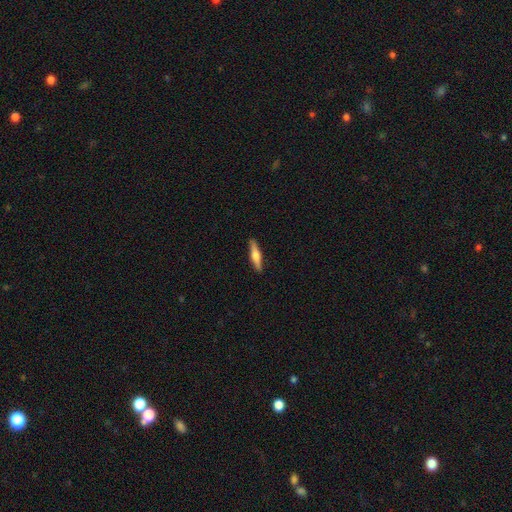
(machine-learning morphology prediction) This is possibly a featured or disk galaxy (51%). It is clearly viewed edge-on (96%). Merging: clearly none (91%).